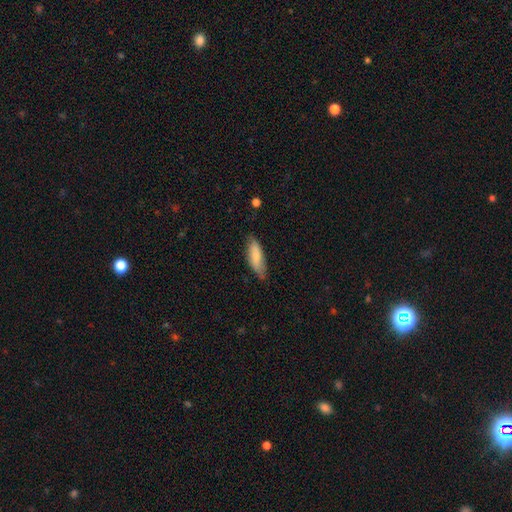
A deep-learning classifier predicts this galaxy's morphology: smooth 80%, featured or disk 14%, star or artifact 6%. Down the decision tree: how rounded — in between (61%); merging — none (69%).